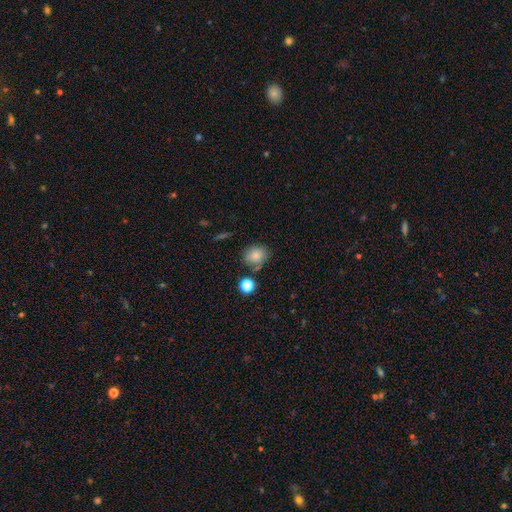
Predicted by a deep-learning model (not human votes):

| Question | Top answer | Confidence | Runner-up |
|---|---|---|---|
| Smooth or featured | smooth | 81% | star or artifact (11%) |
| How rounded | round | 73% | in between (26%) |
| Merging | none | 71% | minor disturbance (15%) |